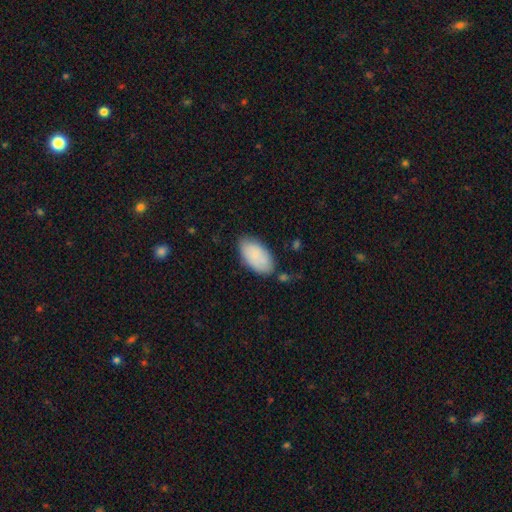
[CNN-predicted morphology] This is clearly a smooth galaxy (82%). How rounded: clearly in between (95%). Merging: likely none (72%).